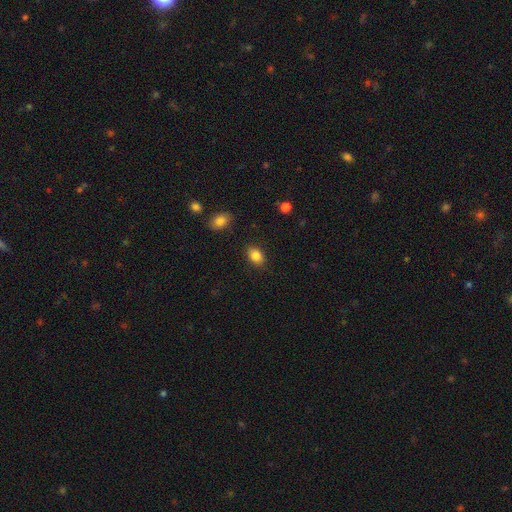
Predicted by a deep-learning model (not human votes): Smooth or featured? Predicted: smooth (p=0.86). How rounded? Predicted: in between (p=0.79). Merging? Predicted: none (p=0.86).